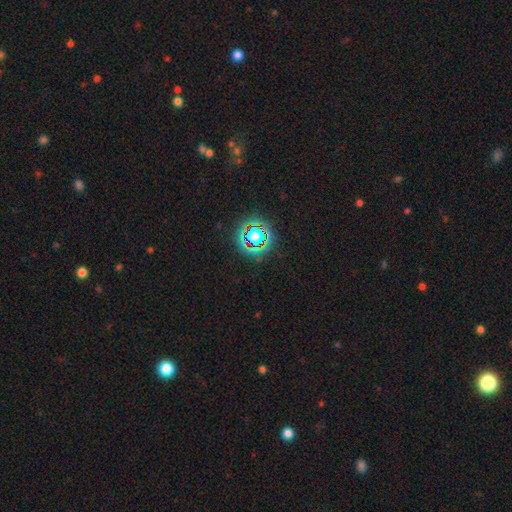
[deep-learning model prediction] This appears to be a star or artifact, not a galaxy (80%).